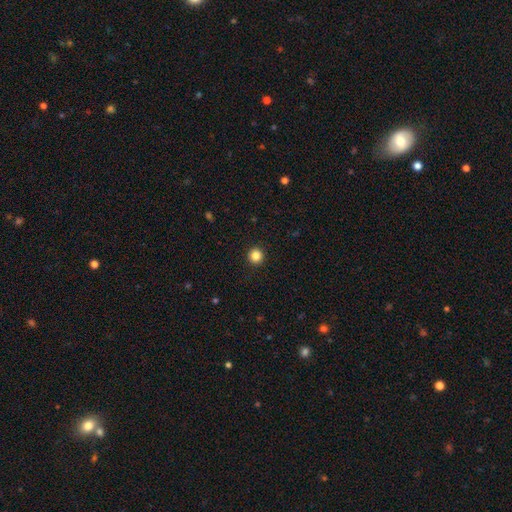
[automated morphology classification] Smooth or featured? smooth (85%)
How rounded? round (96%)
Merging? none (94%)